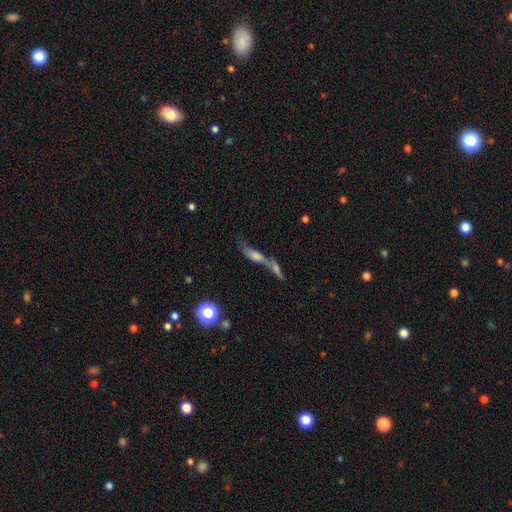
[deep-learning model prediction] smooth-or-featured: featured or disk: 47% | smooth: 34% | star or artifact: 19%
  merging: merger: 57% | none: 26% | major disturbance: 9% | minor disturbance: 9%